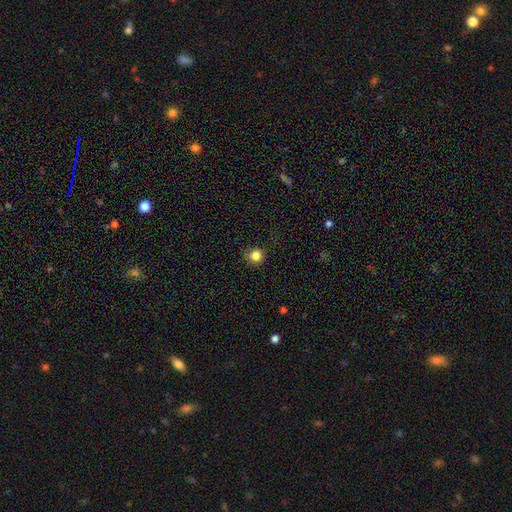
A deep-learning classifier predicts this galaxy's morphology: Overall: smooth (83%). How rounded: round (93%). Merging: none (82%).